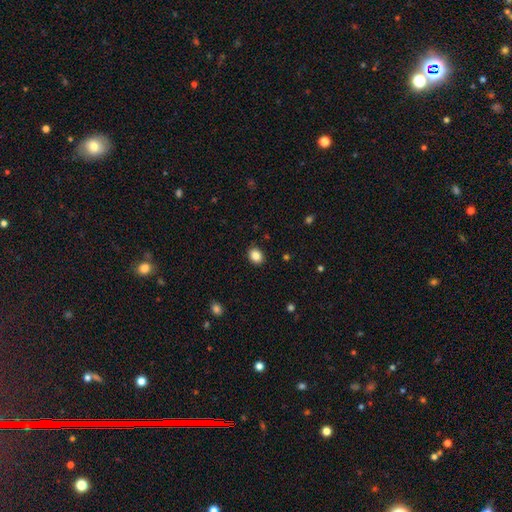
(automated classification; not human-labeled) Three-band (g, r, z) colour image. It shows a smooth galaxy with no disk features (86%) that is in between round and cigar-shaped (53%). Merging: none (88%).